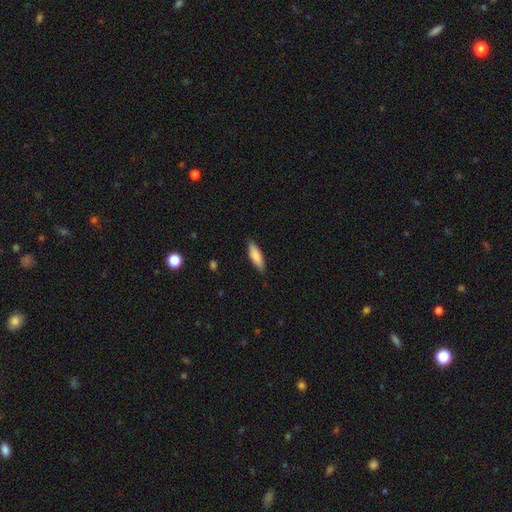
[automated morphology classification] A smooth galaxy with no disk features (83%) that is cigar-shaped (51%). Merging: none (85%).